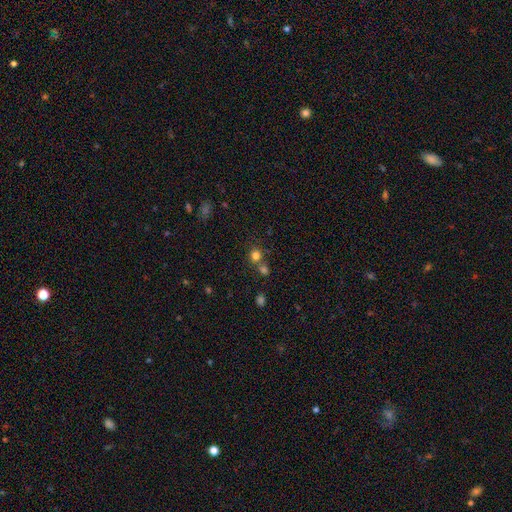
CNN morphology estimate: smooth-or-featured: smooth: 77% | star or artifact: 16% | featured or disk: 7%
  how-rounded: round: 87% | in between: 12% | cigar-shaped: 1%
  merging: none: 62% | merger: 27% | minor disturbance: 8% | major disturbance: 4%